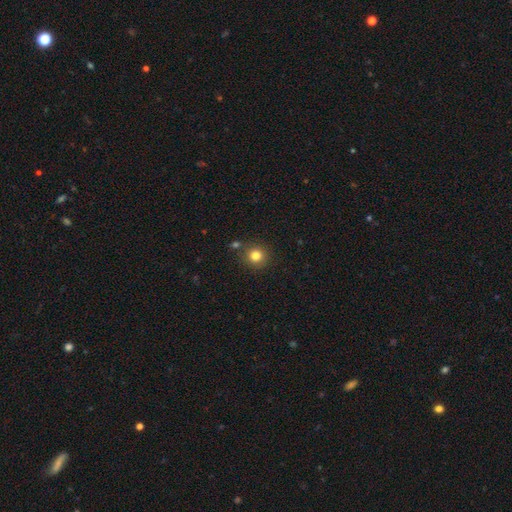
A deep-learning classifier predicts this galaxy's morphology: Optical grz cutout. It shows a smooth galaxy with no disk features (82%) that is round (92%). Merging: none (83%).